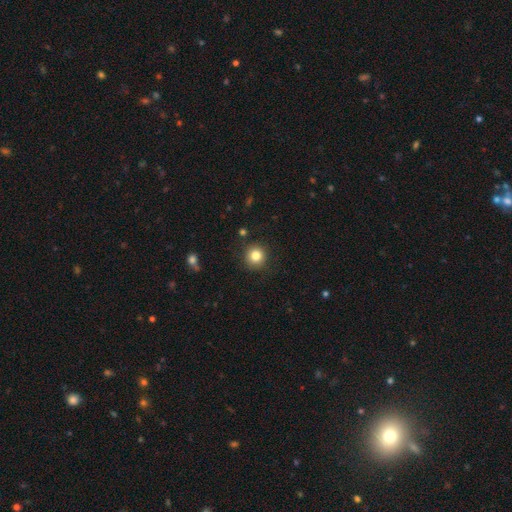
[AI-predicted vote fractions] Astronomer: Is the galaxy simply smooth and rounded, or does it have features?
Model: smooth — 83%.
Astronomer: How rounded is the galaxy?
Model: round — 93%.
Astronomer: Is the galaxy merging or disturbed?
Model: none — 89%.